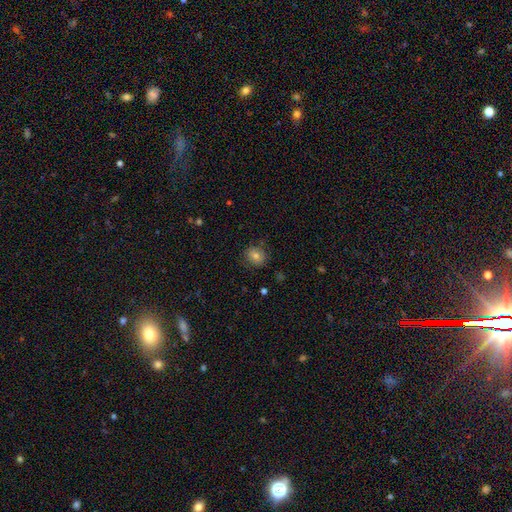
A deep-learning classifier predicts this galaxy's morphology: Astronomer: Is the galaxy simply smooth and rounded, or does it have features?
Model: smooth — 77%.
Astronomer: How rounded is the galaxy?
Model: round — 76%.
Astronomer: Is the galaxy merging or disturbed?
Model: none — 84%.